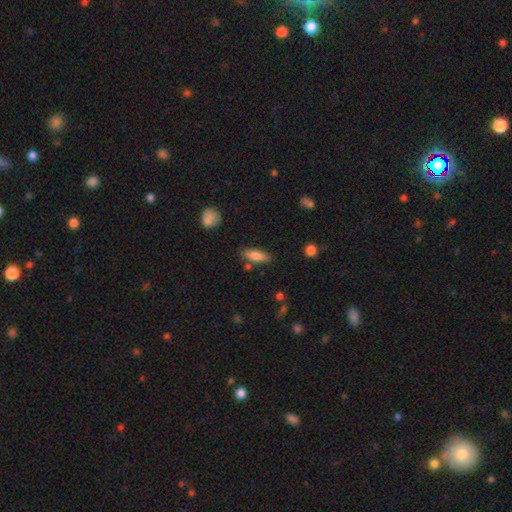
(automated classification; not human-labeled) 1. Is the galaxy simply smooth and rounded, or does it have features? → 78% smooth, 15% featured or disk, 7% star or artifact.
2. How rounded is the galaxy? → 60% in between, 38% cigar-shaped, 2% round.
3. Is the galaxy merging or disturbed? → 78% none, 14% minor disturbance, 5% merger, 3% major disturbance.